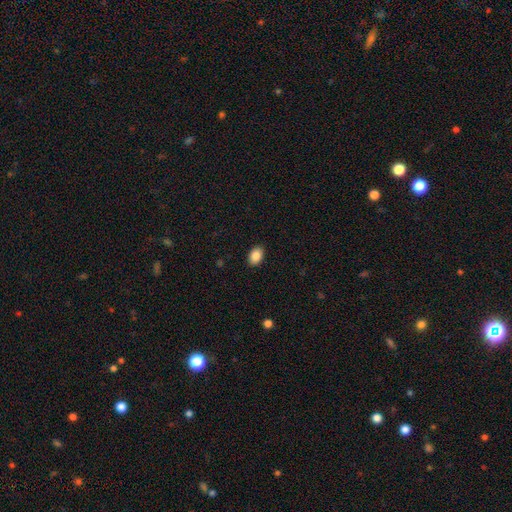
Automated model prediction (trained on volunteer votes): Morphology: type=smooth (87%); roundness=in between (83%); merging=none (89%).